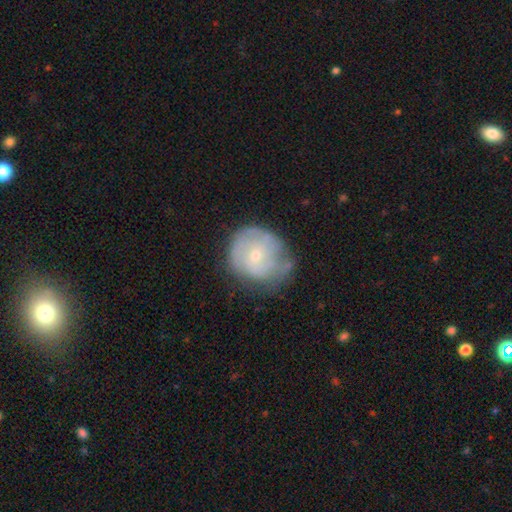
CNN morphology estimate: This is possibly a featured or disk galaxy (56%). It is clearly not viewed edge-on (97%). Bar: likely no (76%). Spiral arm pattern: likely yes (70%). Central bulge: likely small (73%). Merging: possibly none (52%).